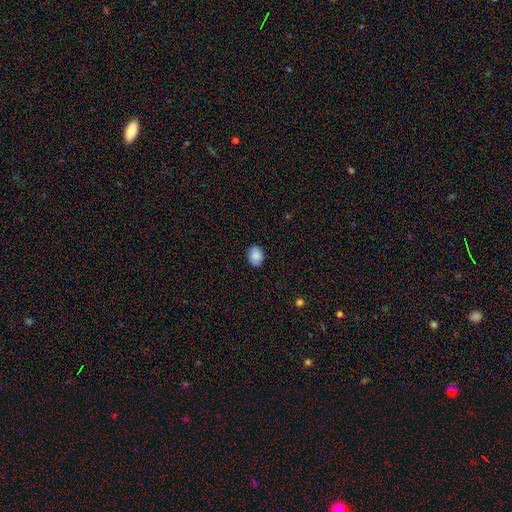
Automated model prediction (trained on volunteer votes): This appears to be a smooth galaxy with no disk features (88%) that is in between round and cigar-shaped (68%). Merging: none (88%).